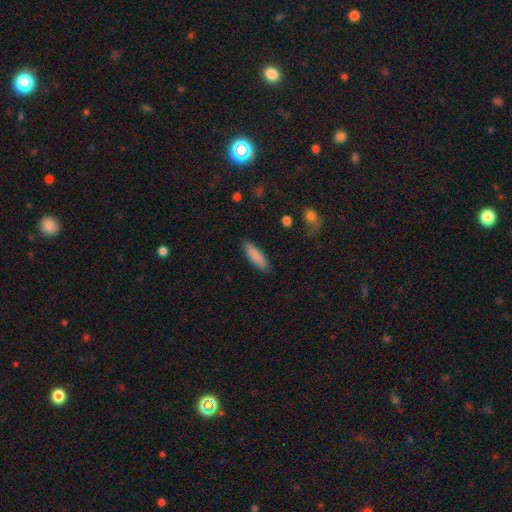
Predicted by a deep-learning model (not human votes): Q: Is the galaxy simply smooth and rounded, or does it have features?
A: smooth — 87%.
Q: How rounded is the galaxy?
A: cigar-shaped — 60%.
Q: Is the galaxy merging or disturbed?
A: none — 88%.